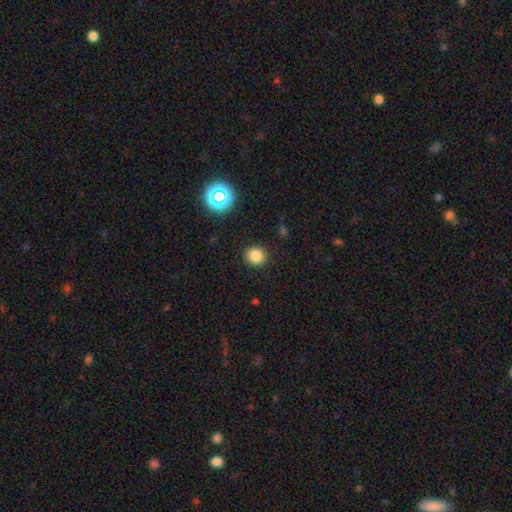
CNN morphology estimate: The model was most divided on "smooth or featured": smooth: 80%, star or artifact: 14%, featured or disk: 6%. More confident: merging — none (90%); how rounded — round (85%).